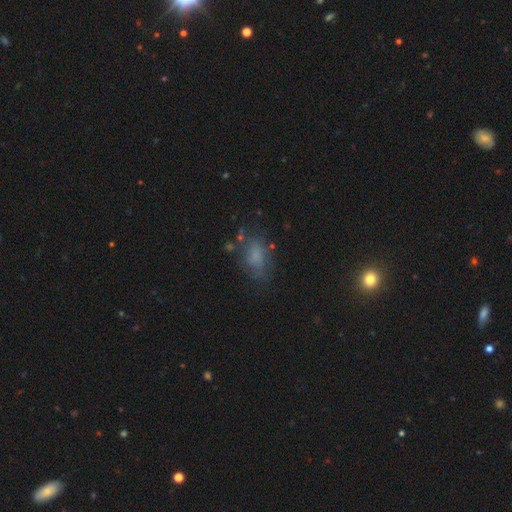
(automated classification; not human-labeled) smooth-or-featured: smooth: 61% | featured or disk: 23% | star or artifact: 15%
  how-rounded: in between: 84% | round: 11% | cigar-shaped: 6%
  merging: none: 58% | minor disturbance: 23% | major disturbance: 14% | merger: 5%